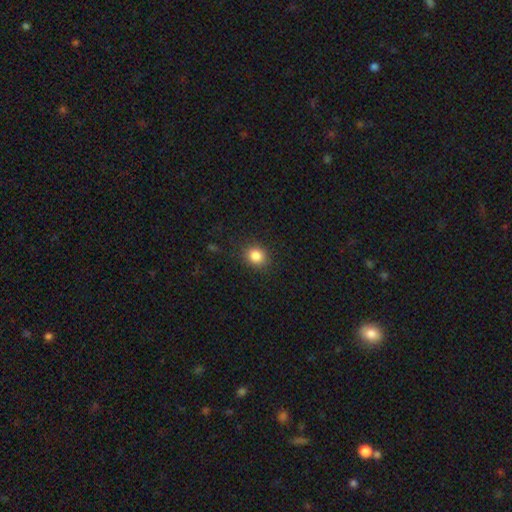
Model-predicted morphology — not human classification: Smooth or featured? smooth (85%)
How rounded? round (70%)
Merging? none (87%)